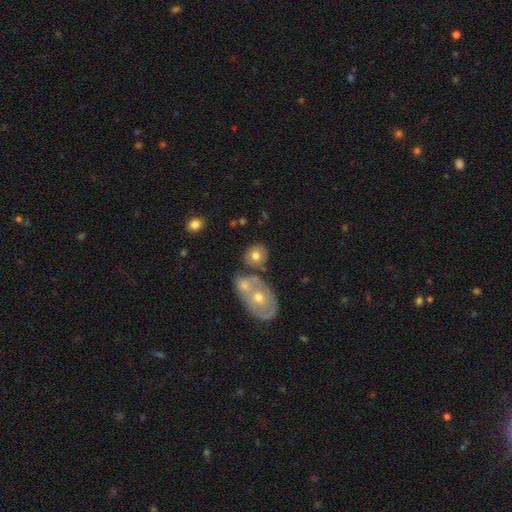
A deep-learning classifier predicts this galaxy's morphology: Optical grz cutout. It shows a smooth galaxy with no disk features (69%) that is round (73%). Merging: none (55%).